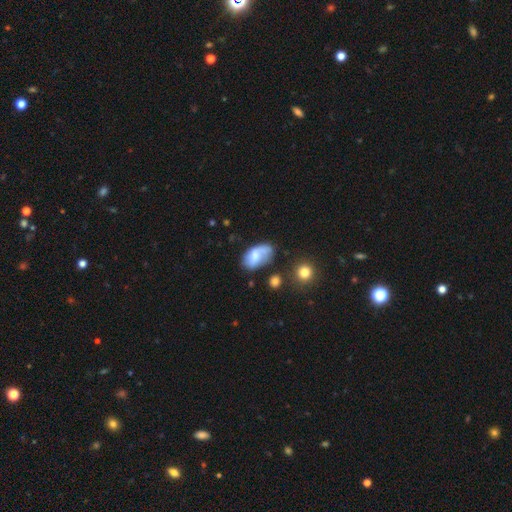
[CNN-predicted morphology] This appears to be a smooth galaxy with no disk features (58%) that is in between round and cigar-shaped (91%). Merging: none (45%).